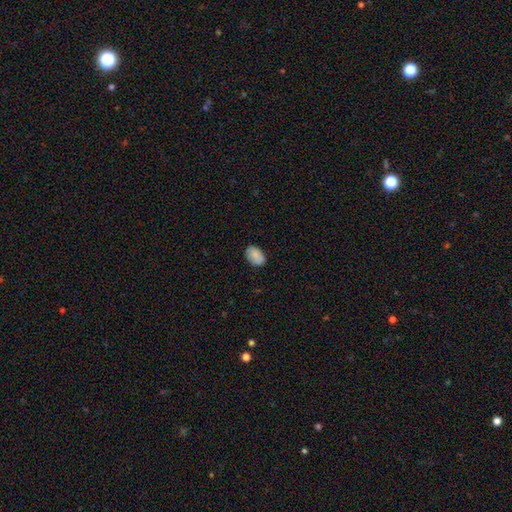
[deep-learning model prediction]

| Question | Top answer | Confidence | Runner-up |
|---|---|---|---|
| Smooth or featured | smooth | 86% | featured or disk (7%) |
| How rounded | in between | 87% | round (12%) |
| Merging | none | 83% | minor disturbance (14%) |